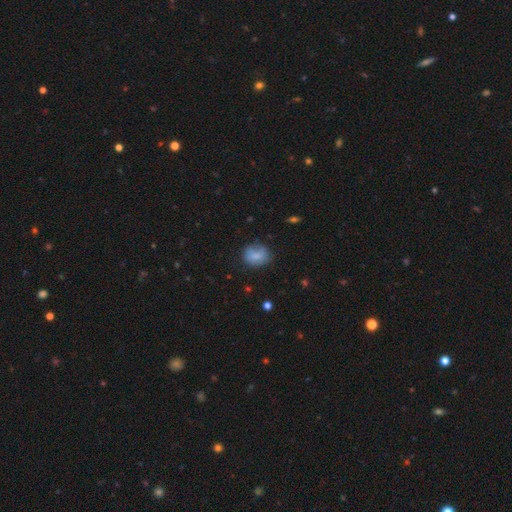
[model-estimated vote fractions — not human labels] Q: Smooth or featured?
A: smooth (74%); runner-up: featured or disk (16%)
Q: How rounded?
A: round (59%); runner-up: in between (40%)
Q: Merging?
A: none (59%); runner-up: minor disturbance (27%)